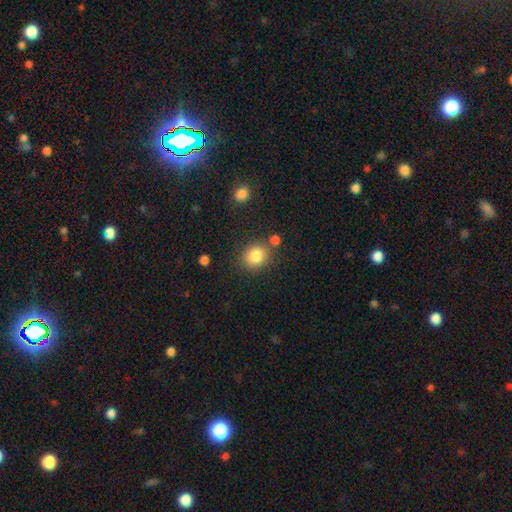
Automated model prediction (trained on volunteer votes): This is clearly a smooth galaxy (83%). How rounded: likely round (74%). Merging: likely none (77%).